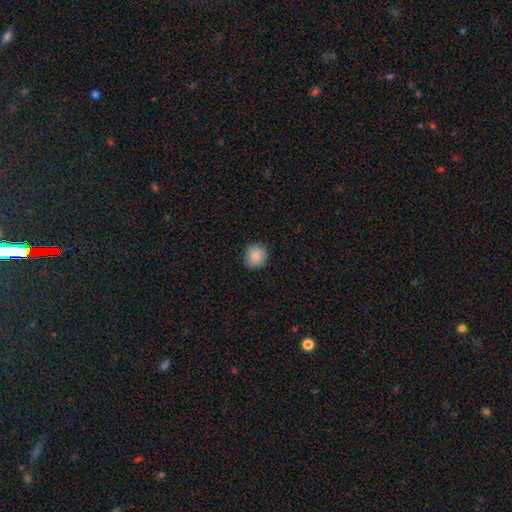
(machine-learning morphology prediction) This is clearly a smooth galaxy (87%). How rounded: clearly round (90%). Merging: clearly none (89%).